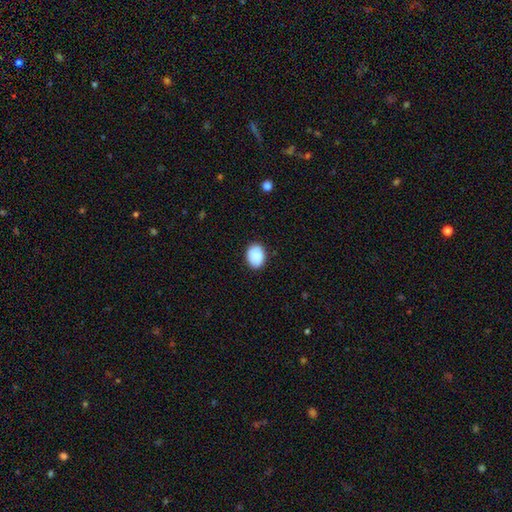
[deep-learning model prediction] The model was most divided on "how rounded": in between: 71%, round: 28%, cigar-shaped: 1%. More confident: smooth or featured — smooth (90%); merging — none (87%).